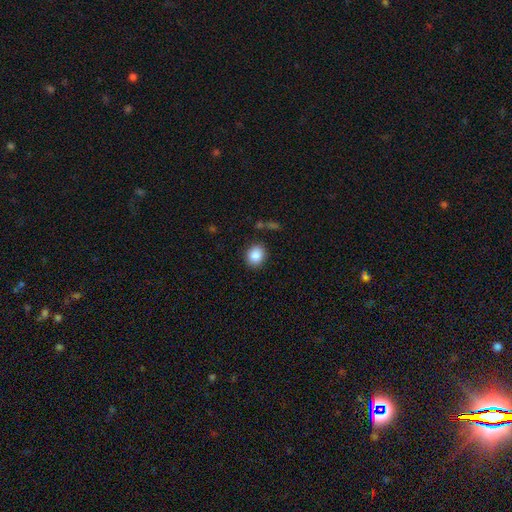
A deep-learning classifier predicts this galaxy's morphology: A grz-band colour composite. It shows a smooth galaxy with no disk features (87%) that is round (67%). Merging: none (87%).